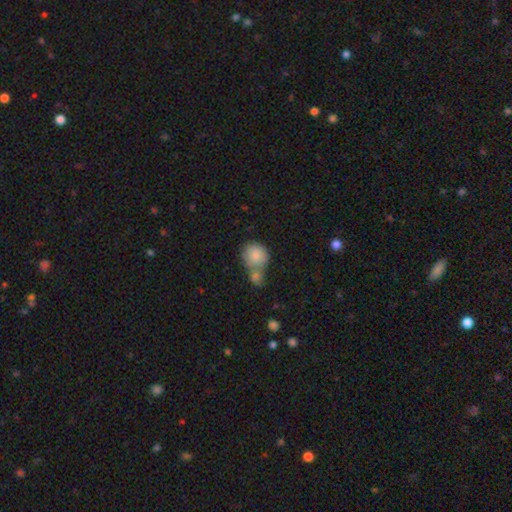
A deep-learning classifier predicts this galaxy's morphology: A smooth galaxy with no disk features (83%) that is round (83%).

Vote fractions:
- Smooth or featured? smooth: 83% / featured or disk: 10% / star or artifact: 7%
- How rounded? round: 83% / in between: 16% / cigar-shaped: 1%
- Merging? merger: 54% / none: 31% / minor disturbance: 10% / major disturbance: 4%